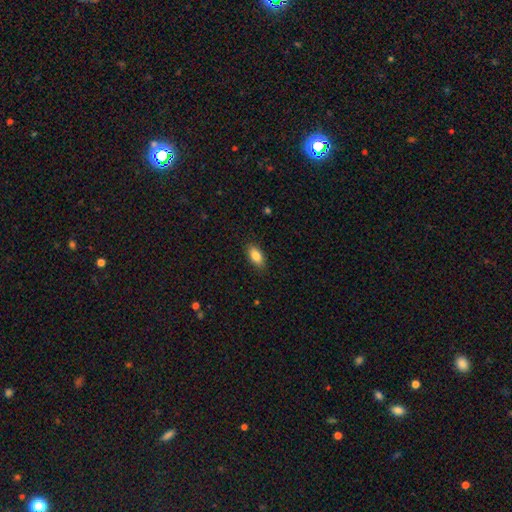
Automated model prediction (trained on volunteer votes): smooth-or-featured: smooth: 85% | featured or disk: 8% | star or artifact: 7%
  how-rounded: in between: 89% | cigar-shaped: 6% | round: 5%
  merging: none: 86% | minor disturbance: 11% | major disturbance: 2% | merger: 1%